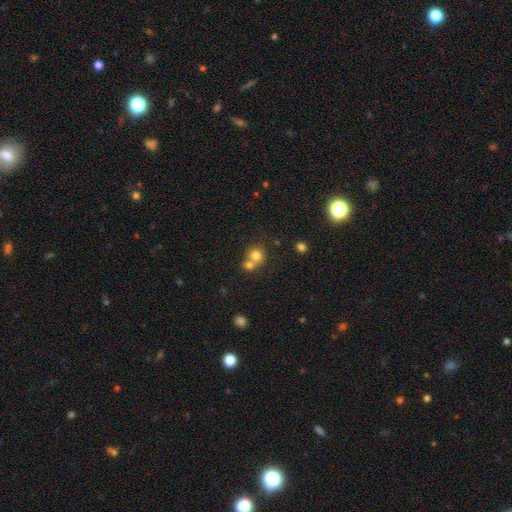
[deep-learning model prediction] Smooth or featured: smooth — 77% (star or artifact — 12%)
How rounded: round — 81% (in between — 18%)
Merging: merger — 54% (none — 37%)